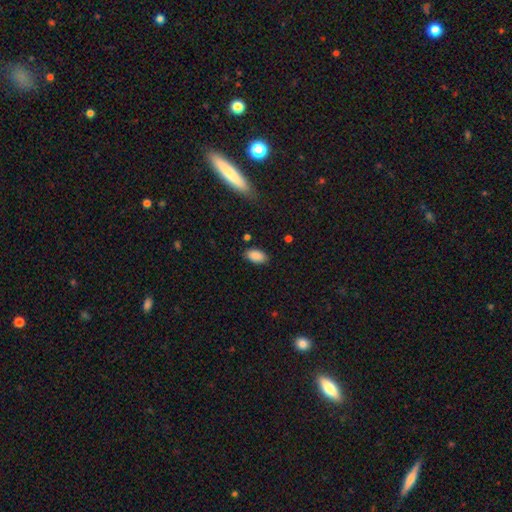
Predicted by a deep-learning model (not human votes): A smooth galaxy with no disk features (89%) that is in between round and cigar-shaped (93%).

Vote fractions:
- Smooth or featured? smooth: 89% / star or artifact: 8% / featured or disk: 4%
- How rounded? in between: 93% / round: 5% / cigar-shaped: 2%
- Merging? none: 84% / minor disturbance: 12% / major disturbance: 3% / merger: 2%